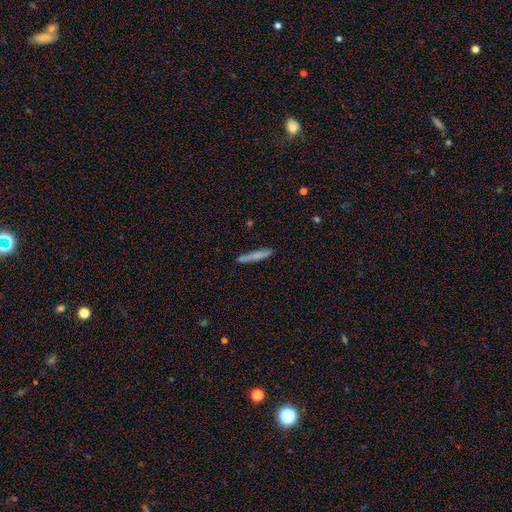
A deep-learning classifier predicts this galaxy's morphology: smooth 67%, featured or disk 26%, star or artifact 7%. Down the decision tree: how rounded — cigar-shaped (94%); merging — none (81%).